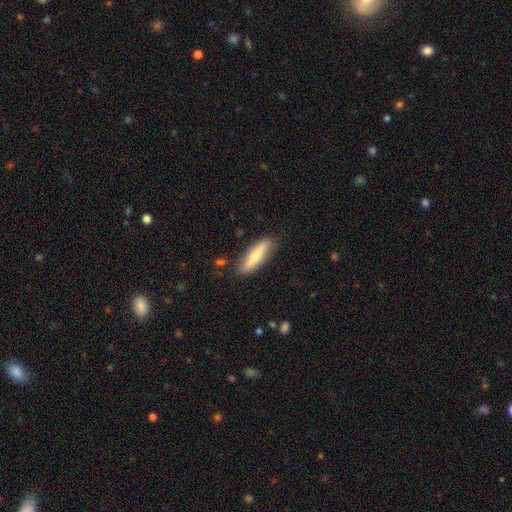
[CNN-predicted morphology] smooth 62%, featured or disk 32%, star or artifact 6%. Down the decision tree: how rounded — cigar-shaped (61%); merging — none (82%).